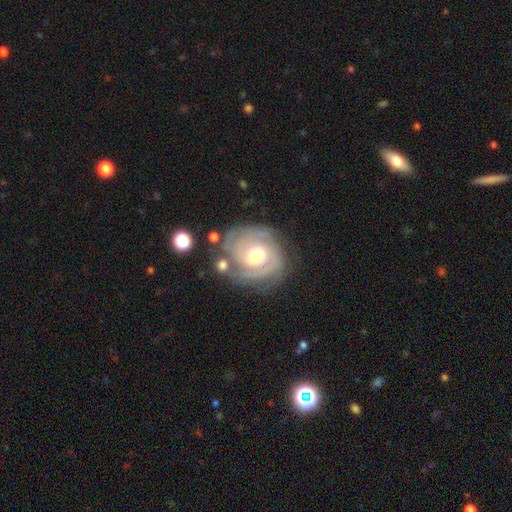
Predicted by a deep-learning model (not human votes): Morphology: type=featured or disk (83%); edge-on=no (97%); bar=no (55%); spiral arms=yes (94%); winding=tight (67%); arm count=2 (41%); bulge=moderate (70%); merging=none (67%).